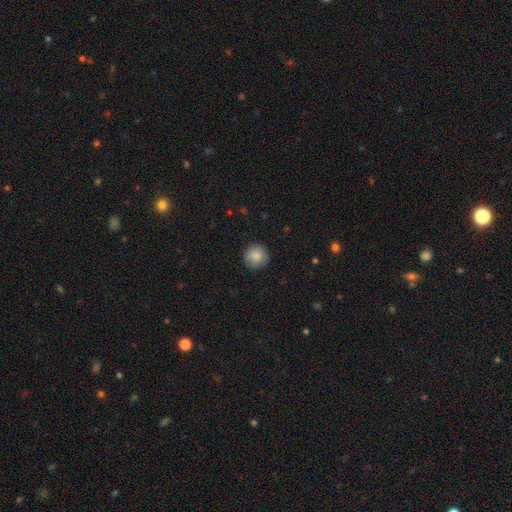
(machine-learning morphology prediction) smooth 86%, star or artifact 8%, featured or disk 6%. Down the decision tree: how rounded — round (95%); merging — none (89%).